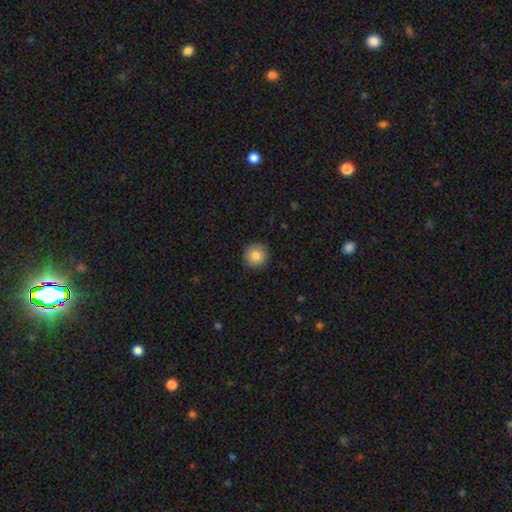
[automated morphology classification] Smooth or featured: smooth — 84% (star or artifact — 9%)
How rounded: round — 94% (in between — 5%)
Merging: none — 92% (minor disturbance — 6%)